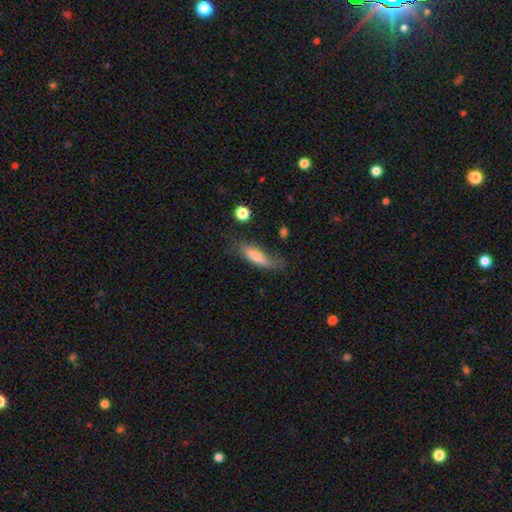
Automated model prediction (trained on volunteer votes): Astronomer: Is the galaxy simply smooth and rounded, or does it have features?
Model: smooth — 71%.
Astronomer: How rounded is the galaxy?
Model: cigar-shaped — 52% (runner-up: in between, 46%).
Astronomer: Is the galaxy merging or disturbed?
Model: none — 52% (runner-up: minor disturbance, 31%).